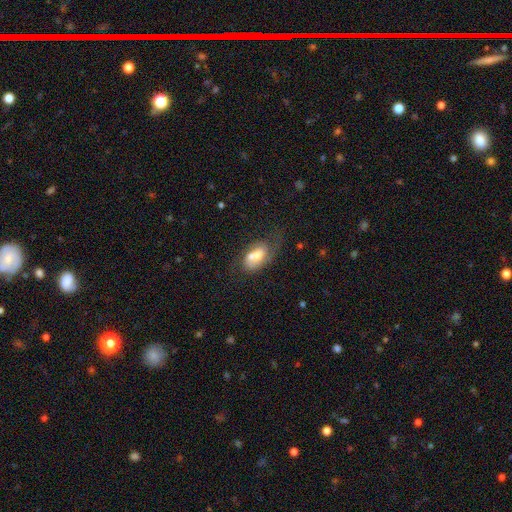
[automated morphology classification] This is possibly a smooth galaxy (47%). Merging: marginally none (31%).